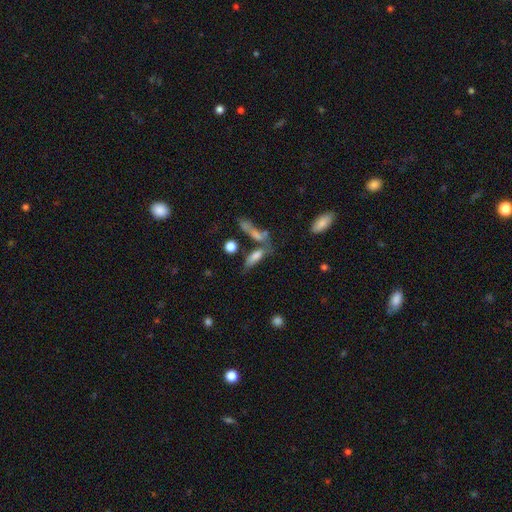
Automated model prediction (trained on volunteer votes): smooth_or_featured: smooth (p=0.68) [alt: featured or disk p=0.22]
how_rounded: in between (p=0.50) [alt: cigar-shaped p=0.46]
merging: none (p=0.38) [alt: merger p=0.35]